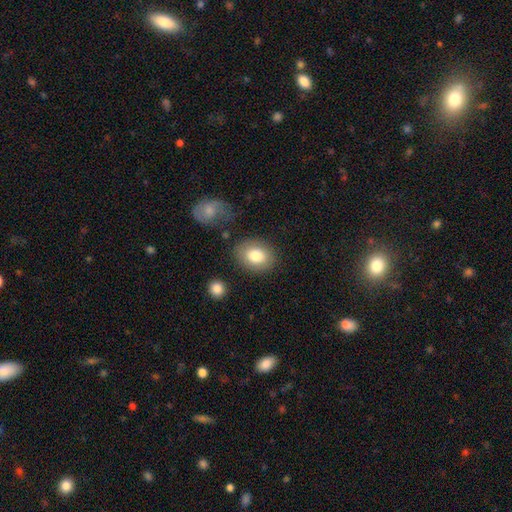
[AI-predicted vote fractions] Smooth or featured? Predicted: smooth (p=0.80). How rounded? Predicted: in between (p=0.63). Merging? Predicted: none (p=0.81).